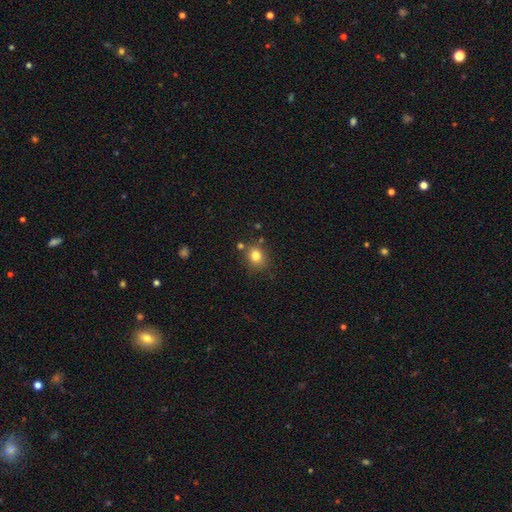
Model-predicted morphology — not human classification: Smooth or featured? Predicted: smooth (p=0.80). How rounded? Predicted: round (p=0.66). Merging? Predicted: none (p=0.76).